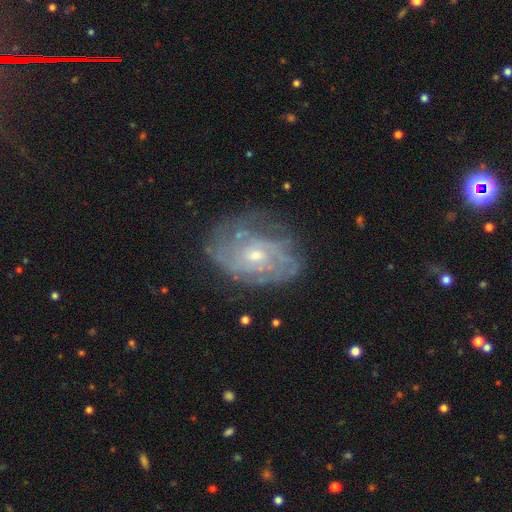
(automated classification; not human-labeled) Q: Smooth or featured?
A: featured or disk (79%); runner-up: smooth (14%)
Q: Edge-on disk?
A: no (96%); runner-up: yes (4%)
Q: Bar?
A: no (71%); runner-up: weak (25%)
Q: Spiral arms?
A: yes (84%); runner-up: no (16%)
Q: Spiral winding?
A: tight (56%); runner-up: medium (32%)
Q: Spiral arm count?
A: can't tell (47%); runner-up: 2 (22%)
Q: Bulge size?
A: small (54%); runner-up: moderate (42%)
Q: Merging?
A: none (64%); runner-up: minor disturbance (23%)